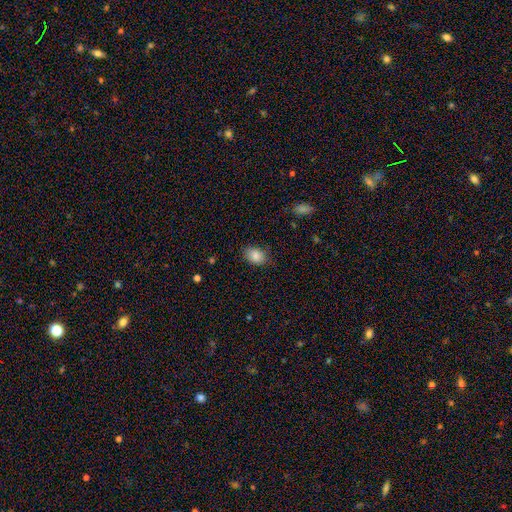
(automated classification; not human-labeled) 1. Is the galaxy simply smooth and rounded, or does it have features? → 86% smooth, 8% star or artifact, 6% featured or disk.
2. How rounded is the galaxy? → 74% in between, 24% round, 1% cigar-shaped.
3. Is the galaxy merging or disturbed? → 80% none, 16% minor disturbance, 3% major disturbance, 1% merger.